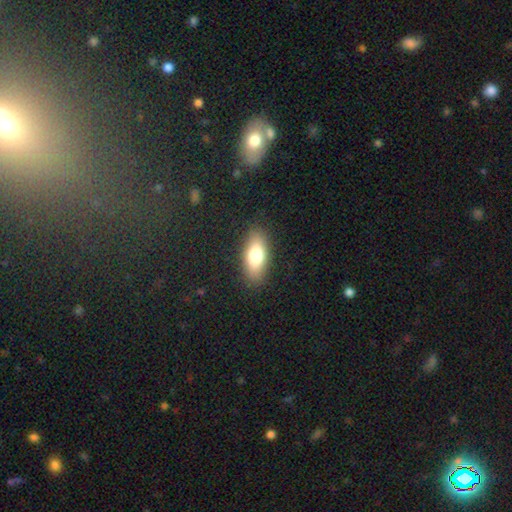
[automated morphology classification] smooth 77%, featured or disk 16%, star or artifact 7%. Down the decision tree: how rounded — in between (79%); merging — none (87%).